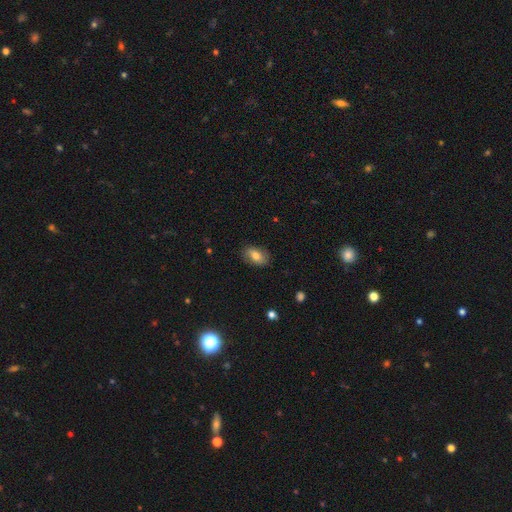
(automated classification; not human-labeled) smooth-or-featured: smooth: 71% | featured or disk: 21% | star or artifact: 8%
  how-rounded: in between: 87% | round: 11% | cigar-shaped: 2%
  merging: none: 83% | minor disturbance: 13% | major disturbance: 3% | merger: 1%